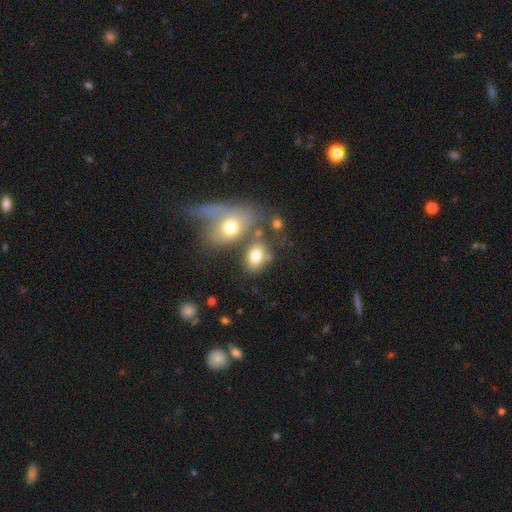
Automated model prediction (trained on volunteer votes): Smooth or featured: smooth — 73% (featured or disk — 16%)
How rounded: in between — 80% (round — 18%)
Merging: none — 41% (merger — 36%)